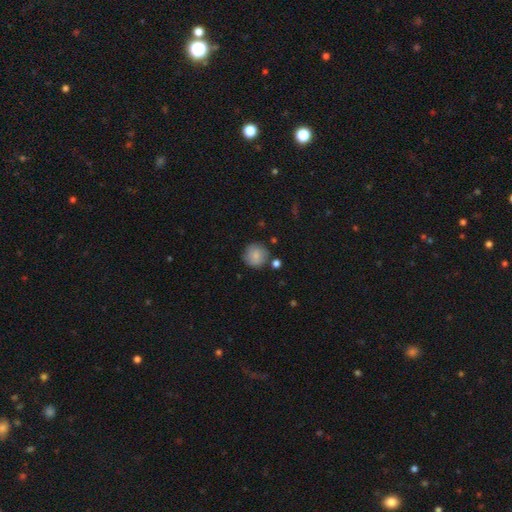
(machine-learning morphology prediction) A smooth galaxy with no disk features (83%) that is round (93%).

Vote fractions:
- Smooth or featured? smooth: 83% / featured or disk: 9% / star or artifact: 8%
- How rounded? round: 93% / in between: 6% / cigar-shaped: 1%
- Merging? none: 79% / minor disturbance: 12% / merger: 6% / major disturbance: 3%